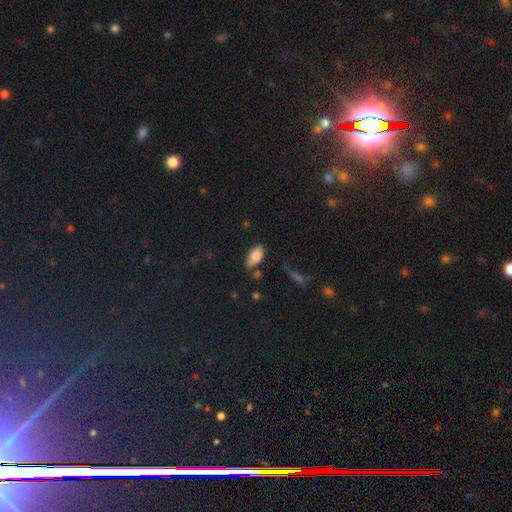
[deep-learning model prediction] smooth-or-featured: smooth: 84% | featured or disk: 8% | star or artifact: 8%
  how-rounded: in between: 92% | cigar-shaped: 4% | round: 4%
  merging: none: 58% | minor disturbance: 29% | major disturbance: 7% | merger: 6%